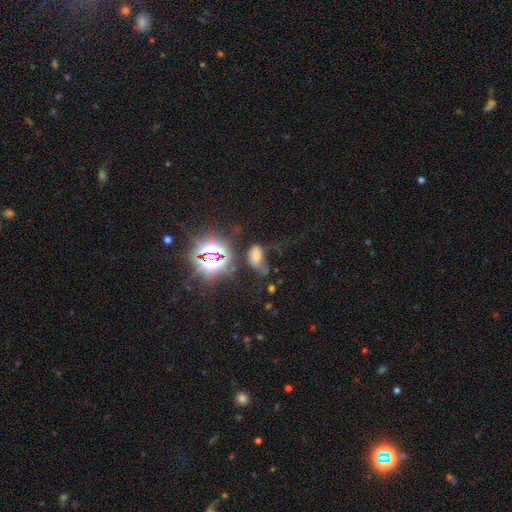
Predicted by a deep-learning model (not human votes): smooth 54%, star or artifact 32%, featured or disk 14%. Down the decision tree: how rounded — in between (89%); merging — none (35%).